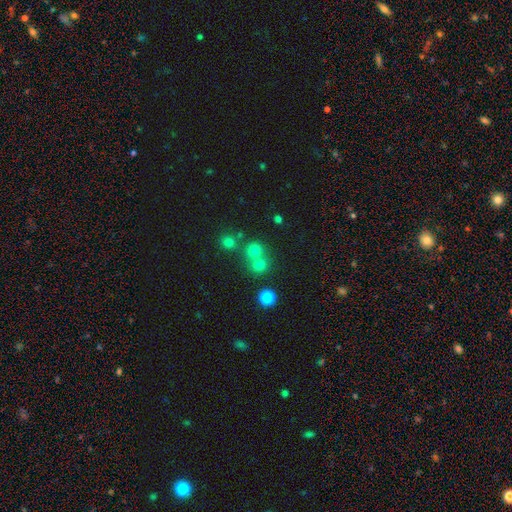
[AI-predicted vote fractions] This appears to be a smooth galaxy with no disk features (59%) that is round (89%). Merging: none (57%).